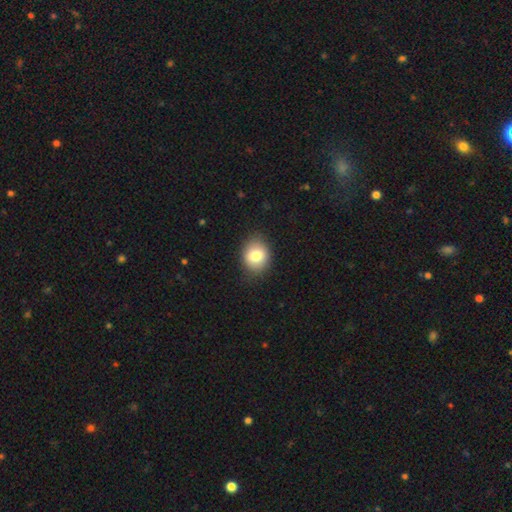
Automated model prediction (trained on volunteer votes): This appears to be a smooth galaxy with no disk features (79%) that is round (59%). Merging: none (85%).